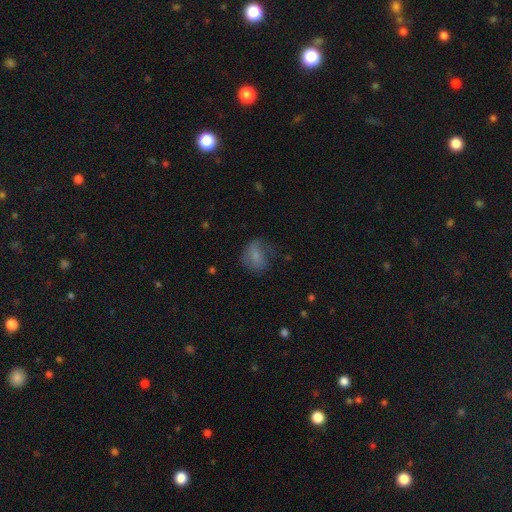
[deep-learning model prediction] Smooth or featured? Predicted: smooth (p=0.72). How rounded? Predicted: in between (p=0.56). Merging? Predicted: none (p=0.51).